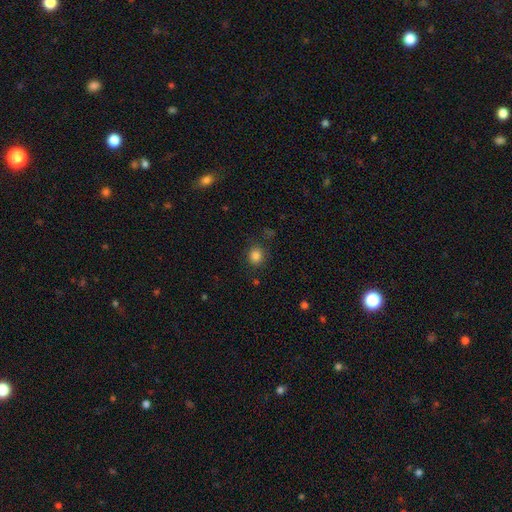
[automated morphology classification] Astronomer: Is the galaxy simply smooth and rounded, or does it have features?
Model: smooth — 84%.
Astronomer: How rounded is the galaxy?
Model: round — 83%.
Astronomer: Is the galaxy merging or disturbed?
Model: none — 85%.